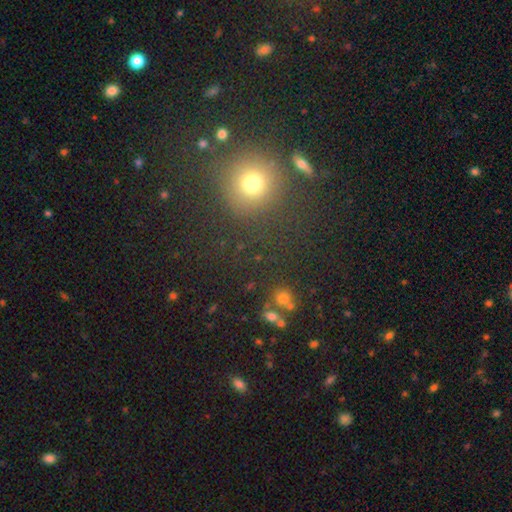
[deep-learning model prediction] A smooth galaxy with no disk features (58%) that is round (91%).

Vote fractions:
- Smooth or featured? smooth: 58% / star or artifact: 35% / featured or disk: 7%
- How rounded? round: 91% / in between: 7% / cigar-shaped: 1%
- Merging? none: 83% / minor disturbance: 8% / merger: 5% / major disturbance: 4%